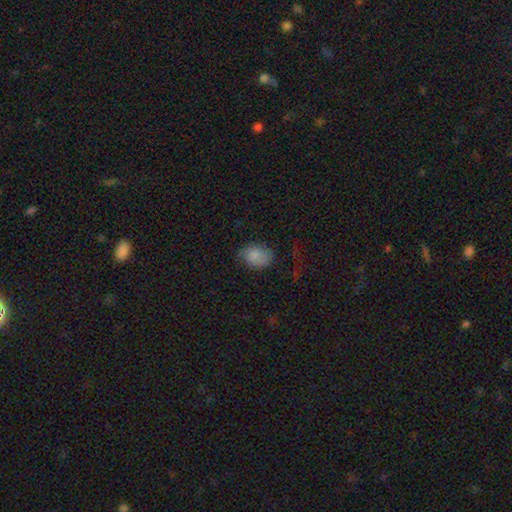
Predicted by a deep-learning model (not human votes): Overall: smooth (78%). How rounded: in between (68%; round 31%). Merging: none (62%; minor disturbance 25%).